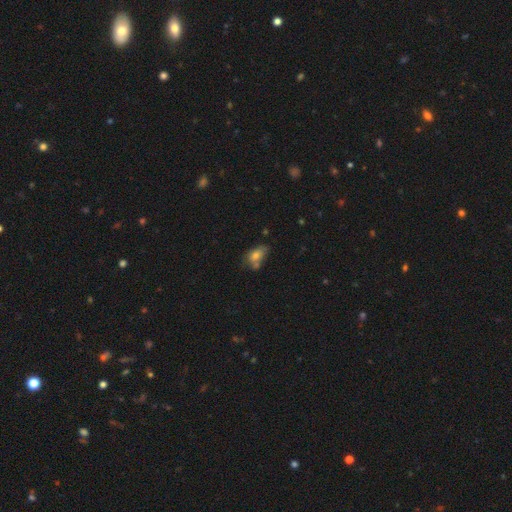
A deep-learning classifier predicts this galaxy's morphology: The model was most divided on "merging": none: 40%, minor disturbance: 28%, merger: 20%, major disturbance: 12%. More confident: how rounded — in between (82%); smooth or featured — smooth (68%).